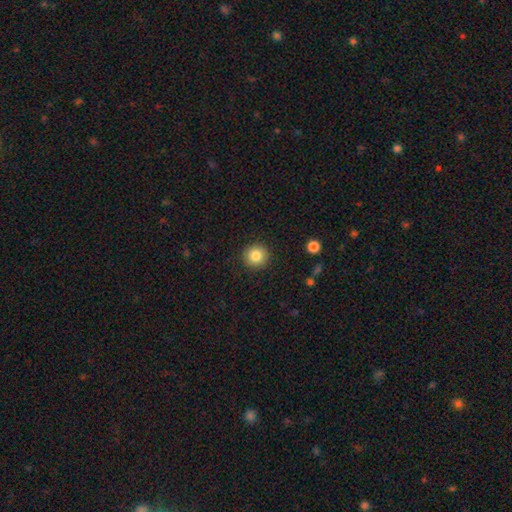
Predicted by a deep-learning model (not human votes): smooth 84%, star or artifact 10%, featured or disk 6%. Down the decision tree: how rounded — round (94%); merging — none (91%).